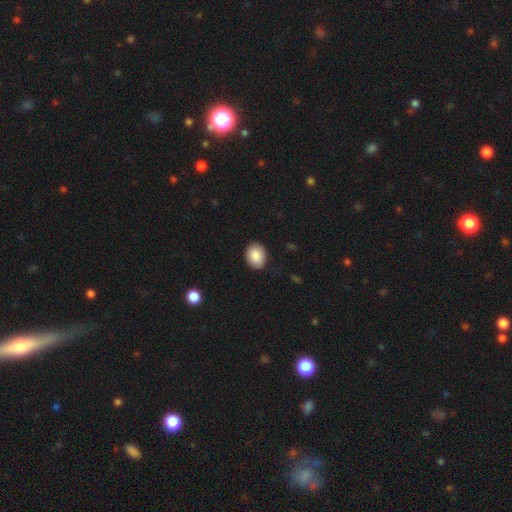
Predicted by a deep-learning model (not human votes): Morphology: type=smooth (87%); roundness=in between (54%); merging=none (84%).